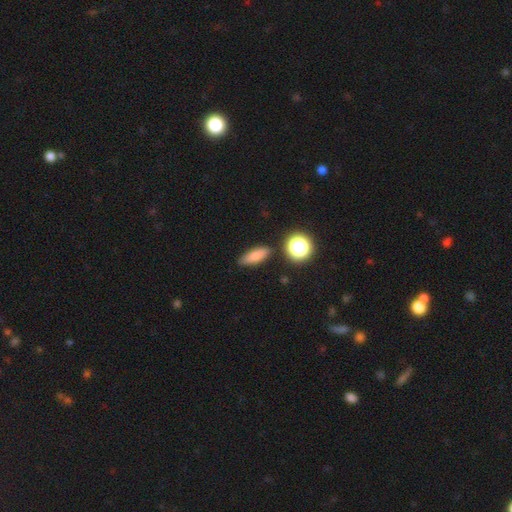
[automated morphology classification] Q: Smooth or featured?
A: smooth (78%); runner-up: star or artifact (11%)
Q: How rounded?
A: in between (54%); runner-up: cigar-shaped (36%)
Q: Merging?
A: none (80%); runner-up: minor disturbance (13%)